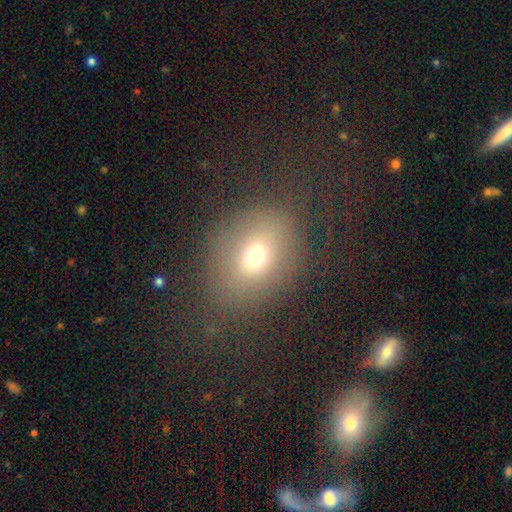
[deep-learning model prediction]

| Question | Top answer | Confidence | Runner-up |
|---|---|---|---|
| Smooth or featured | smooth | 66% | star or artifact (17%) |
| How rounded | round | 54% | in between (45%) |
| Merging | none | 66% | major disturbance (16%) |